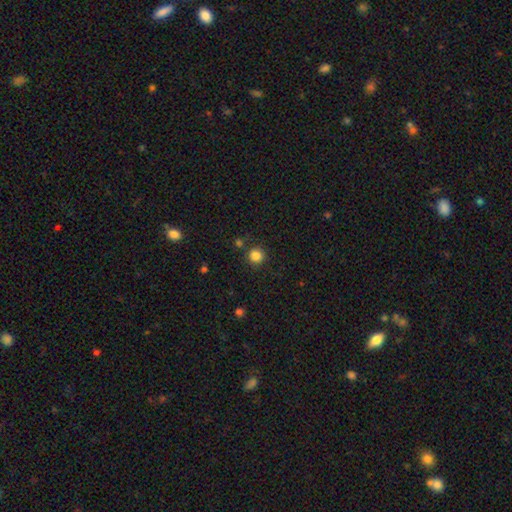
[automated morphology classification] smooth 84%, star or artifact 12%, featured or disk 4%. Down the decision tree: how rounded — round (94%); merging — none (86%).